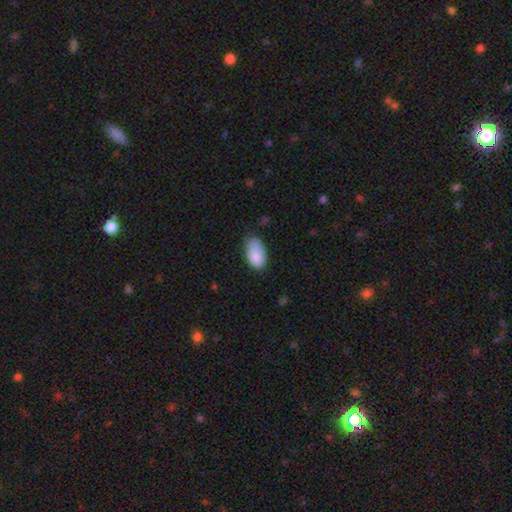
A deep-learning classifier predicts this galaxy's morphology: Q: Smooth or featured?
A: smooth (84%); runner-up: featured or disk (9%)
Q: How rounded?
A: in between (94%); runner-up: round (5%)
Q: Merging?
A: none (49%); runner-up: minor disturbance (37%)